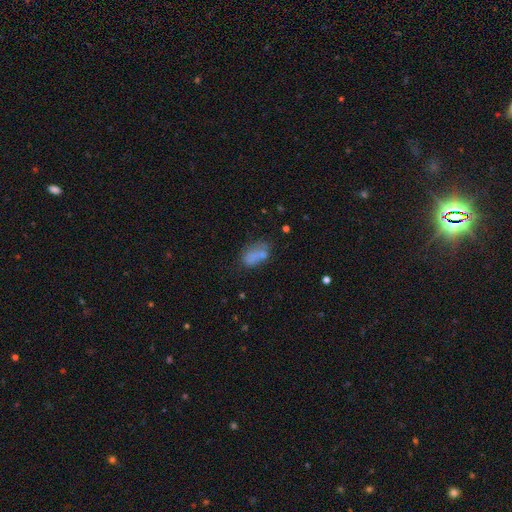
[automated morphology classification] Smooth or featured?
  - smooth: 70% *
  - featured or disk: 18%
  - star or artifact: 12%
How rounded?
  - in between: 86% *
  - round: 9%
  - cigar-shaped: 5%
Merging?
  - none: 41% *
  - merger: 23%
  - minor disturbance: 22%
  - major disturbance: 14%